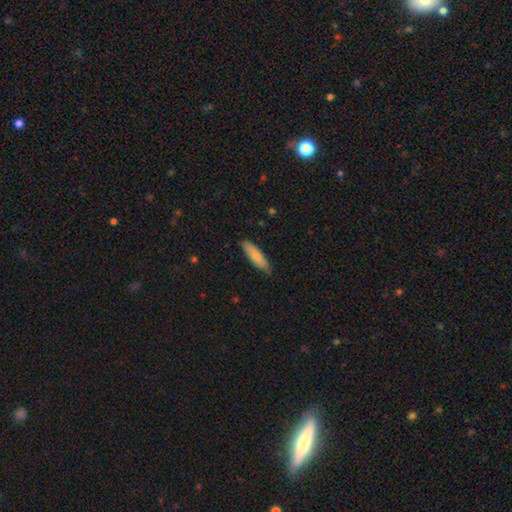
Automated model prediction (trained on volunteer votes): Overall: smooth (82%). How rounded: cigar-shaped (63%; in between 35%). Merging: none (82%).